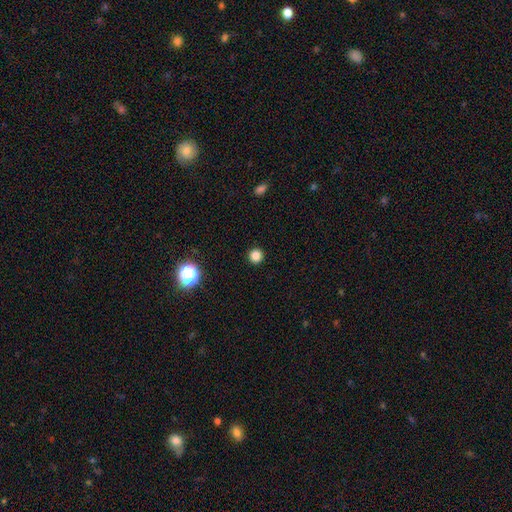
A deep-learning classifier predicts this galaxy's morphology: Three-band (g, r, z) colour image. It shows a smooth galaxy with no disk features (83%) that is round (95%). Merging: none (93%).